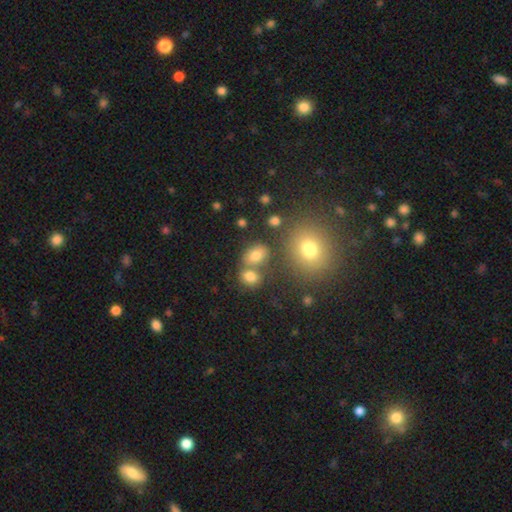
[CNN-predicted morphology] Smooth or featured?
  - smooth: 71% *
  - star or artifact: 18%
  - featured or disk: 12%
How rounded?
  - in between: 62% *
  - round: 36%
  - cigar-shaped: 2%
Merging?
  - none: 59% *
  - merger: 25%
  - minor disturbance: 11%
  - major disturbance: 5%